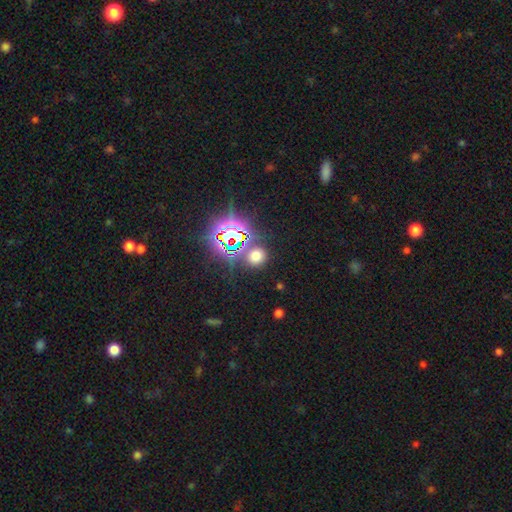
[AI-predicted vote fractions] Morphology: type=smooth (52%); roundness=round (80%); merging=none (80%).